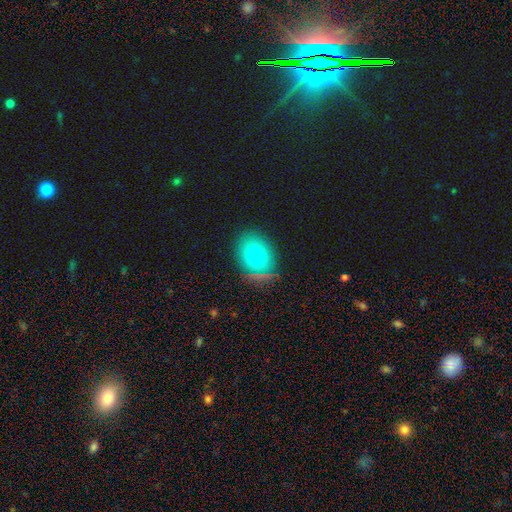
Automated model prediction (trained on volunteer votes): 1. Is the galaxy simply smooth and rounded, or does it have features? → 75% smooth, 13% featured or disk, 12% star or artifact.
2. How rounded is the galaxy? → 55% in between, 44% round, 1% cigar-shaped.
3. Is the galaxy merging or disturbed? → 76% none, 13% minor disturbance, 7% merger, 4% major disturbance.